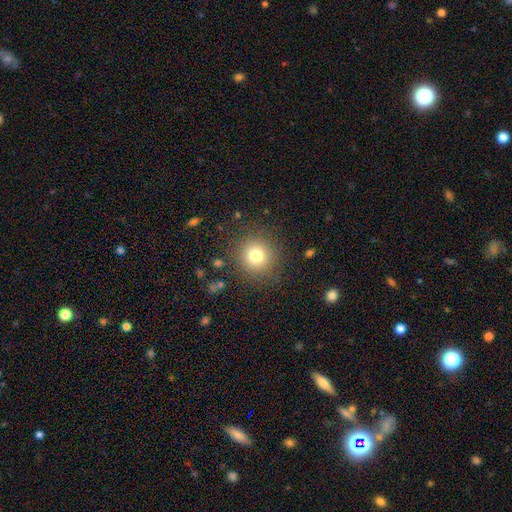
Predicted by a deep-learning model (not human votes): smooth-or-featured: smooth: 76% | star or artifact: 14% | featured or disk: 10%
  how-rounded: round: 93% | in between: 6% | cigar-shaped: 1%
  merging: none: 87% | minor disturbance: 8% | major disturbance: 4% | merger: 1%